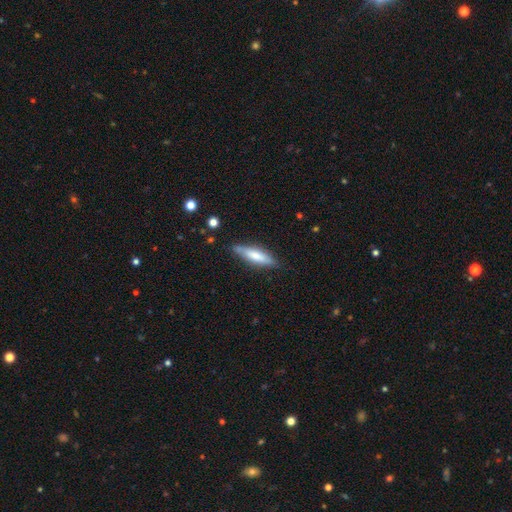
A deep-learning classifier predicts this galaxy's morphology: smooth 59%, featured or disk 34%, star or artifact 6%. Down the decision tree: how rounded — cigar-shaped (64%); merging — none (79%).